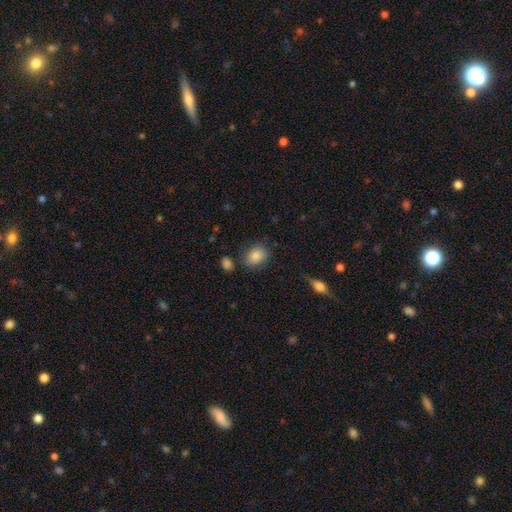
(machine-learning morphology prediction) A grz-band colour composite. It shows a smooth galaxy with no disk features (86%) that is in between round and cigar-shaped (64%). Merging: none (76%).